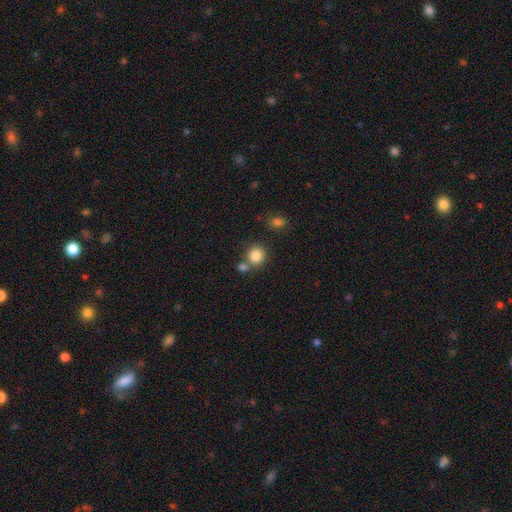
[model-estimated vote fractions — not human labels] smooth 84%, star or artifact 10%, featured or disk 6%. Down the decision tree: how rounded — round (86%); merging — none (63%).